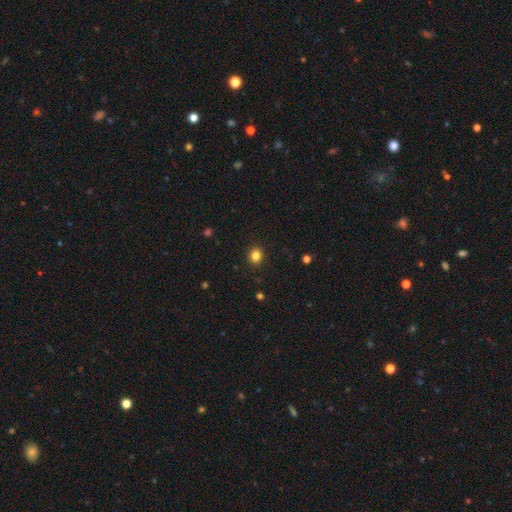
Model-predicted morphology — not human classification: type=smooth (84%); roundness=round (70%); merging=none (90%).